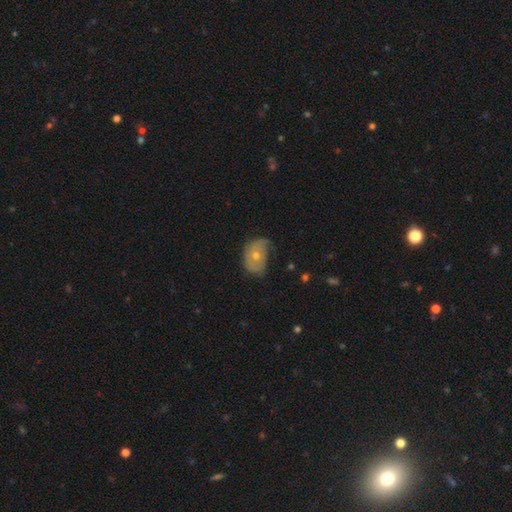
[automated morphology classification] Smooth or featured? Predicted: featured or disk (p=0.50). Merging? Predicted: none (p=0.41).